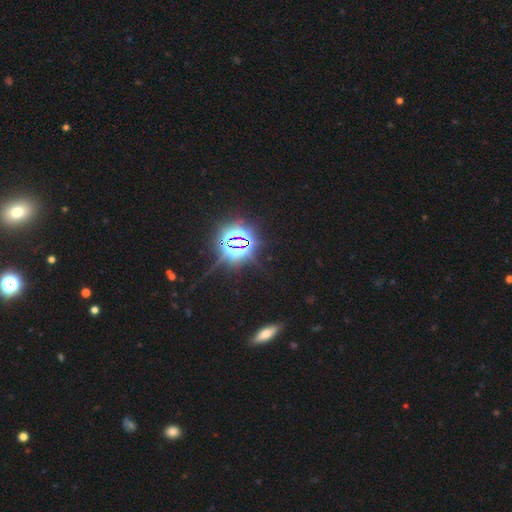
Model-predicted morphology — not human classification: star or artifact 76%, smooth 17%, featured or disk 7%.